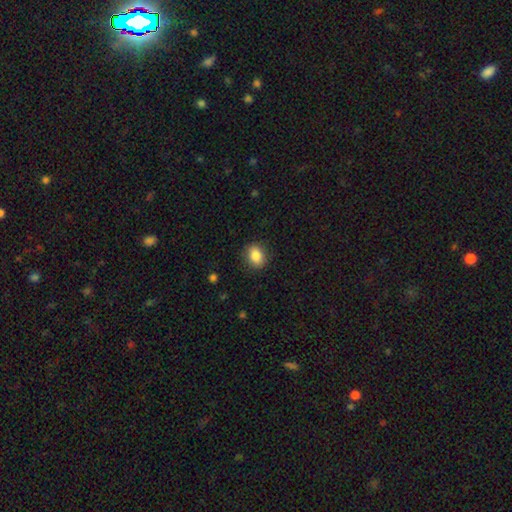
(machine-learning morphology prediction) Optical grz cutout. It shows a smooth galaxy with no disk features (85%) that is round (52%). Merging: none (87%).